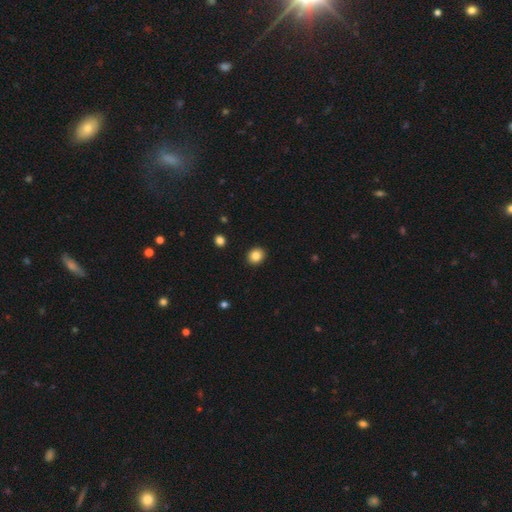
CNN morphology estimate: The model was most divided on "how rounded": round: 68%, in between: 31%, cigar-shaped: 1%. More confident: merging — none (91%); smooth or featured — smooth (85%).